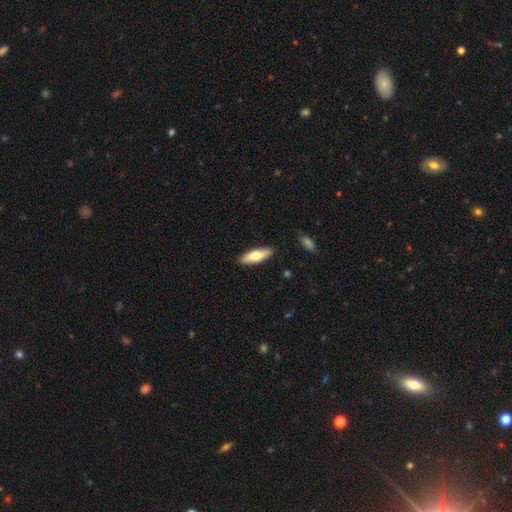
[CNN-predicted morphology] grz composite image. It shows a smooth galaxy with no disk features (72%) that is in between round and cigar-shaped (58%). Merging: none (87%).